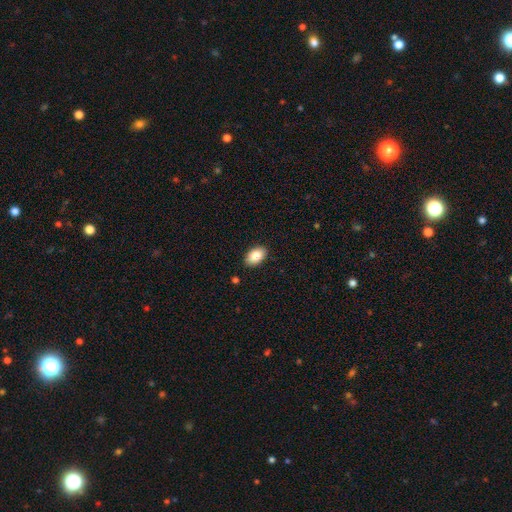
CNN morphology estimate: Smooth or featured?
  - smooth: 84% *
  - featured or disk: 9%
  - star or artifact: 7%
How rounded?
  - in between: 92% *
  - round: 7%
  - cigar-shaped: 1%
Merging?
  - none: 89% *
  - minor disturbance: 8%
  - major disturbance: 2%
  - merger: 1%